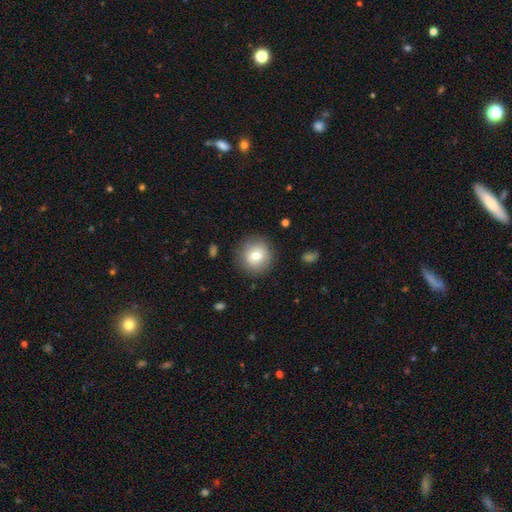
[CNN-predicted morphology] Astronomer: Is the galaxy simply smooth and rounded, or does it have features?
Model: smooth — 74%.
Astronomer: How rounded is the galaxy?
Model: round — 93%.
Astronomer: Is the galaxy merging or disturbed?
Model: none — 87%.